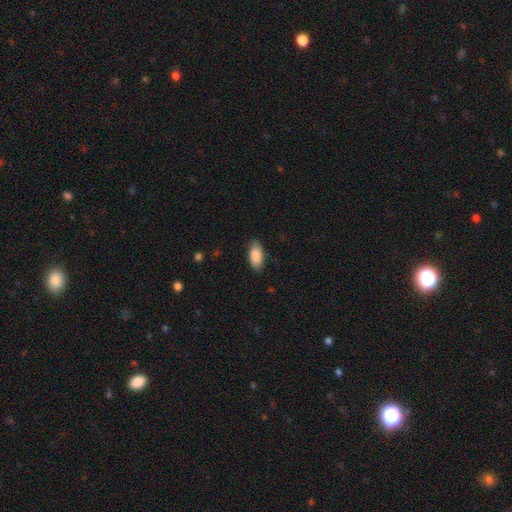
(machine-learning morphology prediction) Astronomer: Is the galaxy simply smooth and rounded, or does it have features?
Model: smooth — 88%.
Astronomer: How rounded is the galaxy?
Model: in between — 90%.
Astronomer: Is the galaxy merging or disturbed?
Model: none — 84%.